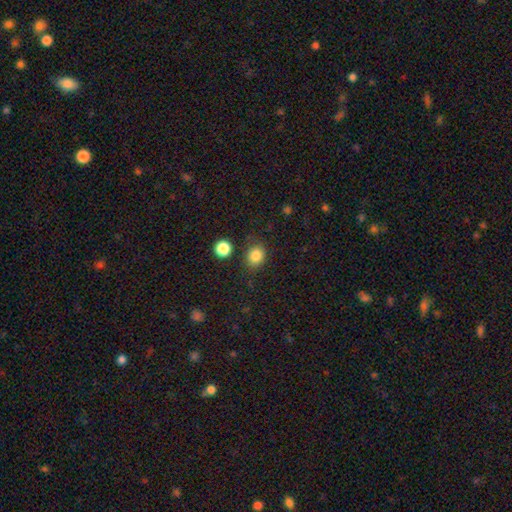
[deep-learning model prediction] A smooth galaxy with no disk features (84%) that is round (59%). Merging: none (77%).